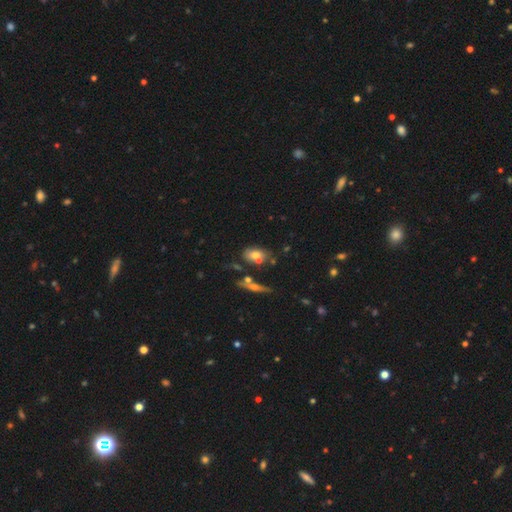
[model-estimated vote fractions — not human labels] Smooth or featured? smooth (63%)
How rounded? in between (80%)
Merging? none (48%)